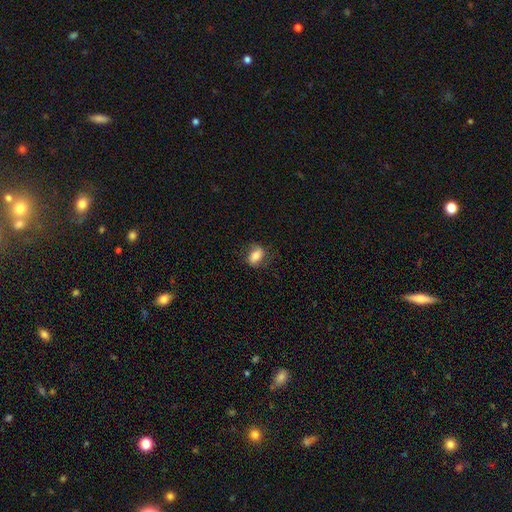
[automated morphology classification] smooth_or_featured: smooth (p=0.70) [alt: featured or disk p=0.21]
how_rounded: in between (p=0.80) [alt: round p=0.17]
merging: none (p=0.72) [alt: minor disturbance p=0.20]